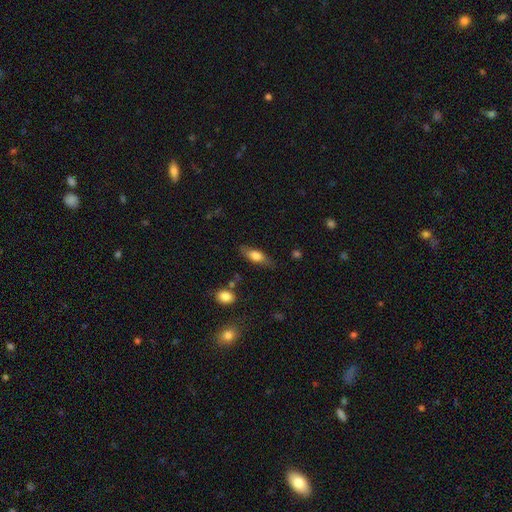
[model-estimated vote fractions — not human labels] Smooth or featured? smooth (67%)
How rounded? in between (66%)
Merging? none (76%)